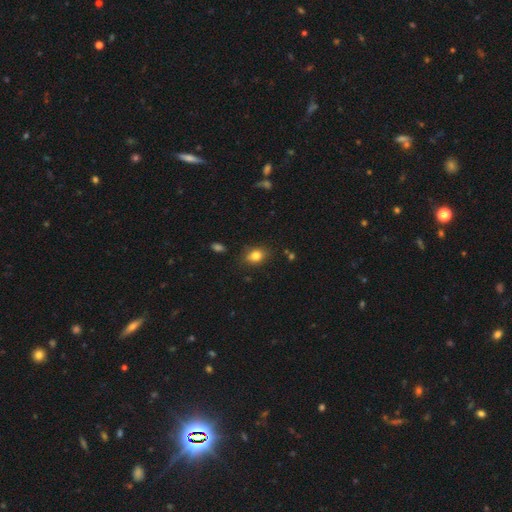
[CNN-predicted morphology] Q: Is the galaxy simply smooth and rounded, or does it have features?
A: smooth — 82%.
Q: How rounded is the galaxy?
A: in between — 66%.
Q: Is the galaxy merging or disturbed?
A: none — 81%.